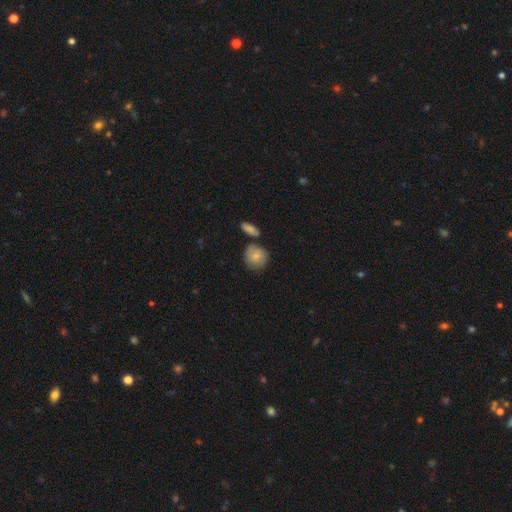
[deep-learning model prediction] The model was most divided on "merging": none: 71%, minor disturbance: 15%, merger: 11%, major disturbance: 3%. More confident: how rounded — round (85%); smooth or featured — smooth (82%).